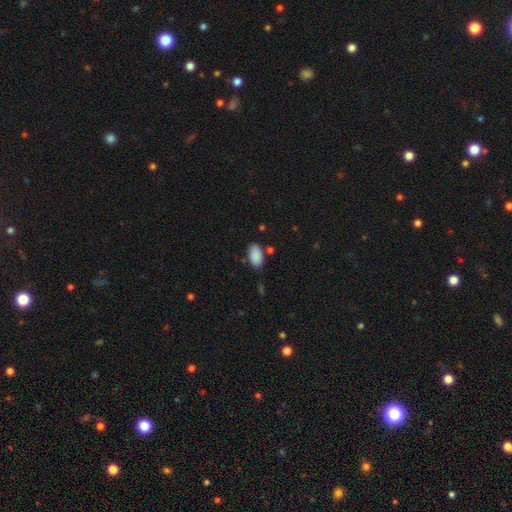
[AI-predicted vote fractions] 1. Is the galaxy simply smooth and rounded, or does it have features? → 89% smooth, 7% star or artifact, 3% featured or disk.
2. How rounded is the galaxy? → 94% in between, 4% round, 2% cigar-shaped.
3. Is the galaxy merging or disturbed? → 77% none, 16% minor disturbance, 4% merger, 3% major disturbance.